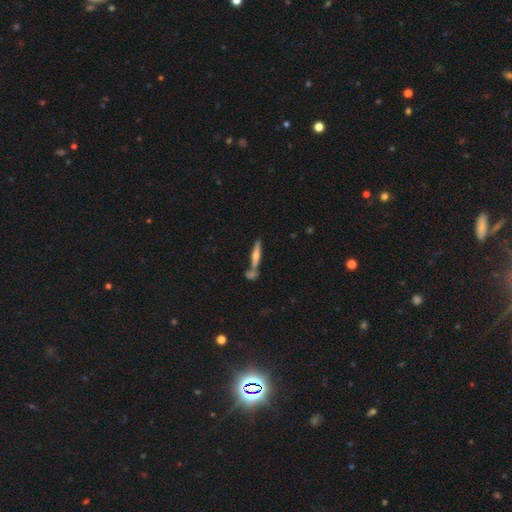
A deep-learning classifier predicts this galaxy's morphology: smooth_or_featured: featured or disk (p=0.58) [alt: smooth p=0.35]
disk_edge_on: yes (p=0.94) [alt: no p=0.06]
edge_on_bulge: rounded (p=0.85) [alt: none p=0.08]
merging: none (p=0.61) [alt: merger p=0.25]